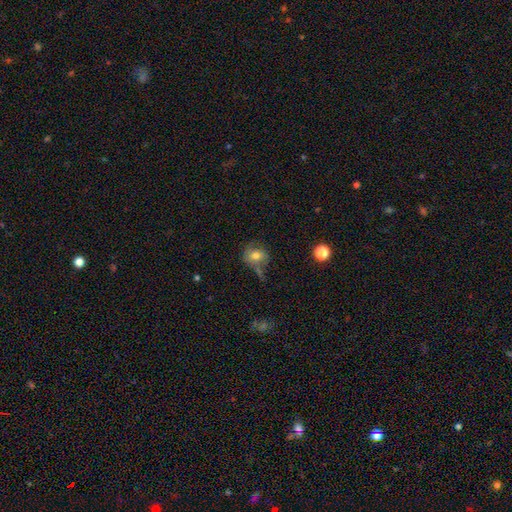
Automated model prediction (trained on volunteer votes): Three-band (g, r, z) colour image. It shows a smooth galaxy with no disk features (70%) that is round (65%). Merging: none (54%).